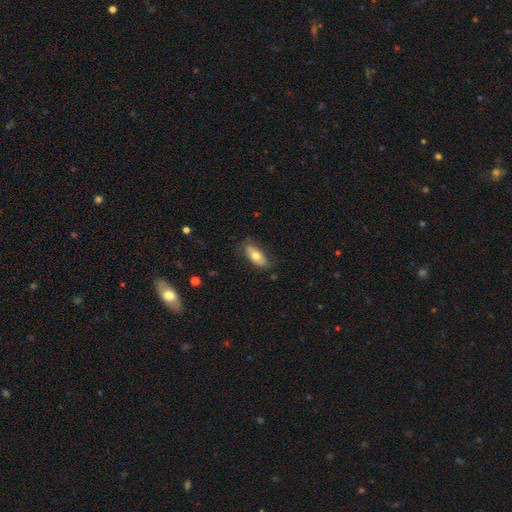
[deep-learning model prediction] smooth-or-featured: smooth: 68% | featured or disk: 26% | star or artifact: 6%
  how-rounded: in between: 86% | cigar-shaped: 11% | round: 3%
  merging: none: 76% | minor disturbance: 18% | major disturbance: 4% | merger: 1%